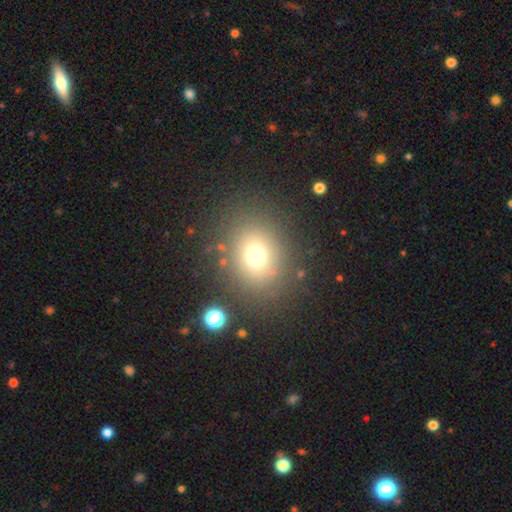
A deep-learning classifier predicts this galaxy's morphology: smooth-or-featured: smooth: 70% | star or artifact: 19% | featured or disk: 11%
  how-rounded: round: 66% | in between: 33% | cigar-shaped: 1%
  merging: none: 82% | minor disturbance: 9% | major disturbance: 6% | merger: 3%